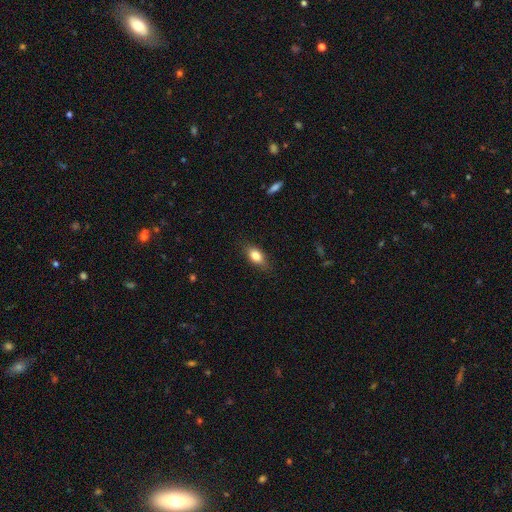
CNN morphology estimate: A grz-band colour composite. It shows a smooth galaxy with no disk features (81%) that is in between round and cigar-shaped (82%). Merging: none (81%).